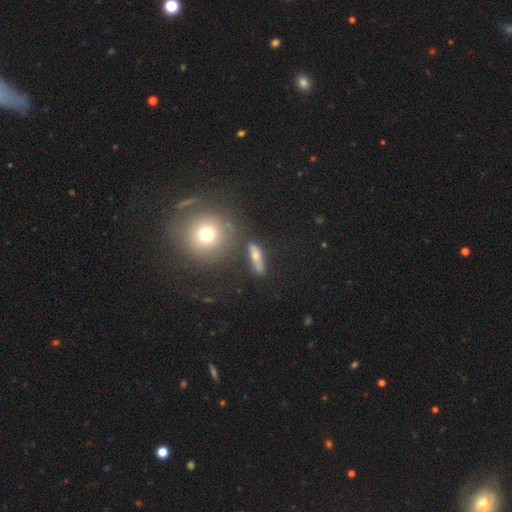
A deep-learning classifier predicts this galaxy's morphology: A smooth galaxy with no disk features (56%) that is cigar-shaped (55%).

Vote fractions:
- Smooth or featured? smooth: 56% / featured or disk: 30% / star or artifact: 13%
- How rounded? cigar-shaped: 55% / in between: 32% / round: 13%
- Merging? none: 70% / minor disturbance: 15% / merger: 8% / major disturbance: 6%